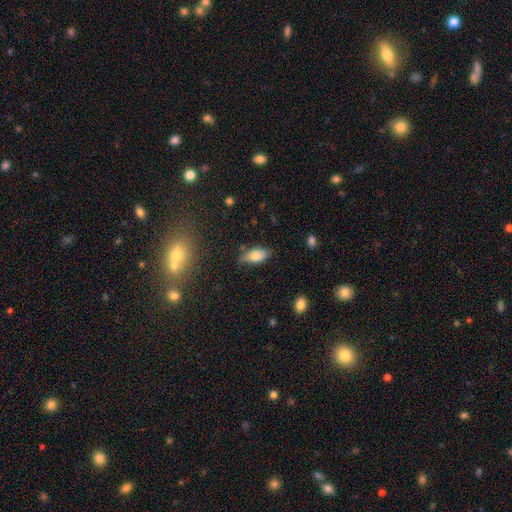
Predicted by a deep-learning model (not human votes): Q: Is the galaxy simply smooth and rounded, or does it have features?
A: smooth — 78%.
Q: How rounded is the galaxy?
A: in between — 87%.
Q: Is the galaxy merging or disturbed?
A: none — 70%.